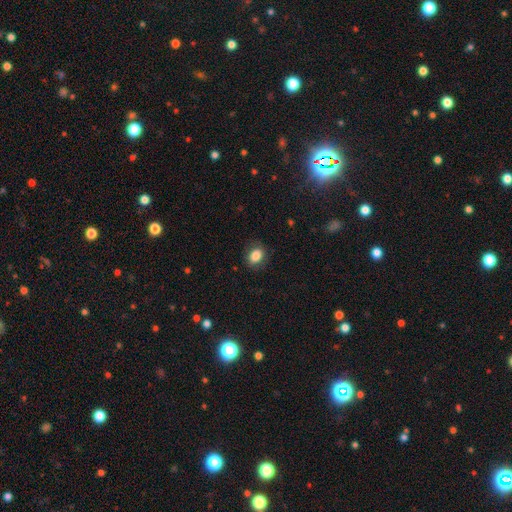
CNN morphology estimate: Overall: smooth (85%). How rounded: in between (64%; round 35%). Merging: none (83%).